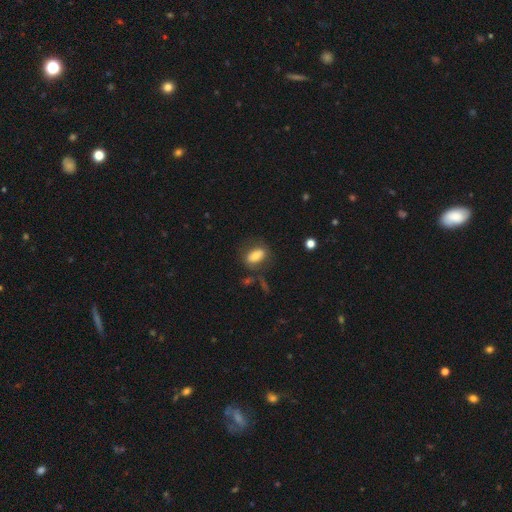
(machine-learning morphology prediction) Smooth or featured? smooth (72%)
How rounded? in between (87%)
Merging? none (63%)